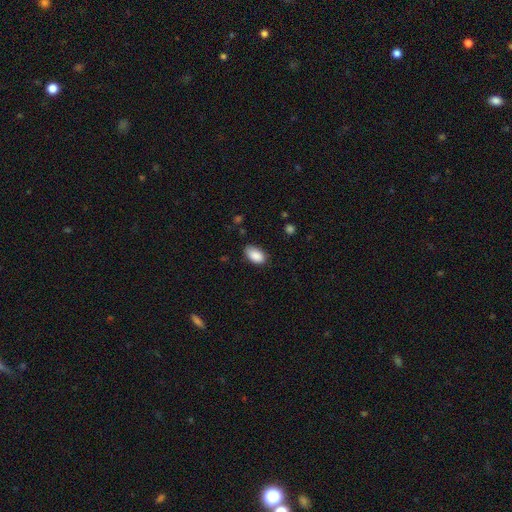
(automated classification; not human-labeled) smooth 89%, star or artifact 7%, featured or disk 4%. Down the decision tree: how rounded — in between (93%); merging — none (77%).